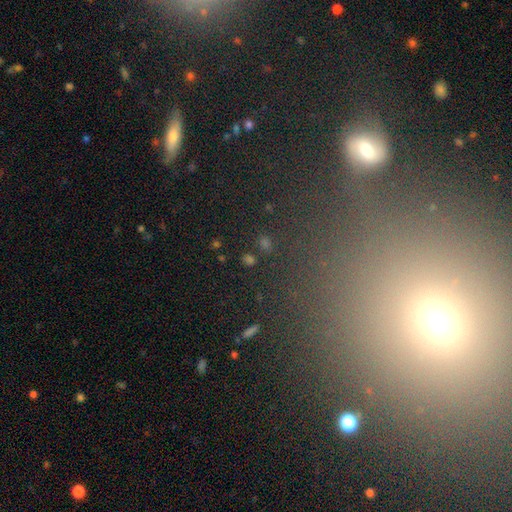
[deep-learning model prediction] Overall: star or artifact (48%; smooth 32%).